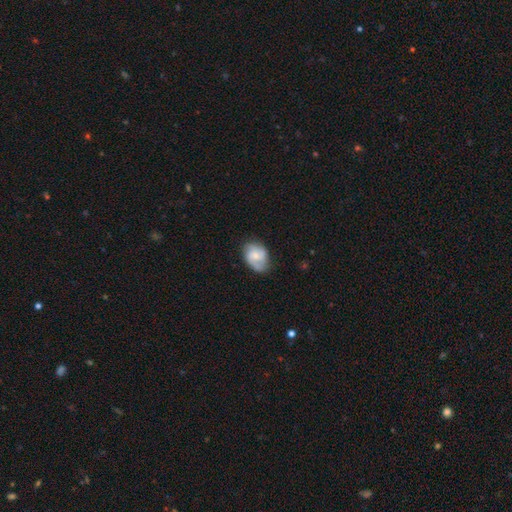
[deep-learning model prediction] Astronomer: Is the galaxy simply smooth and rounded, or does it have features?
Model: featured or disk — 48% (runner-up: smooth, 45%).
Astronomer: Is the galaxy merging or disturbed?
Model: none — 63%.